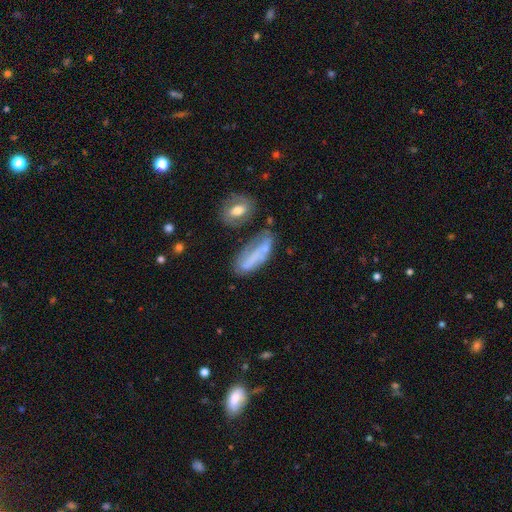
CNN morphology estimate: Smooth or featured?
  - smooth: 52% *
  - featured or disk: 37%
  - star or artifact: 11%
How rounded?
  - in between: 53% *
  - cigar-shaped: 44%
  - round: 3%
Merging?
  - none: 44% *
  - minor disturbance: 27%
  - major disturbance: 17%
  - merger: 12%